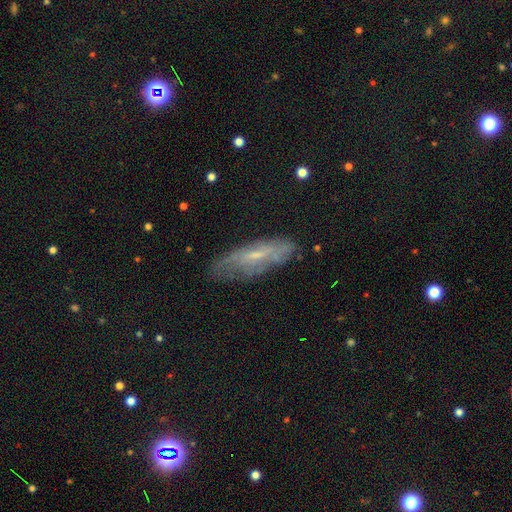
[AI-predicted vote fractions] featured or disk 49%, smooth 29%, star or artifact 22%. Down the decision tree: merging — none (79%).